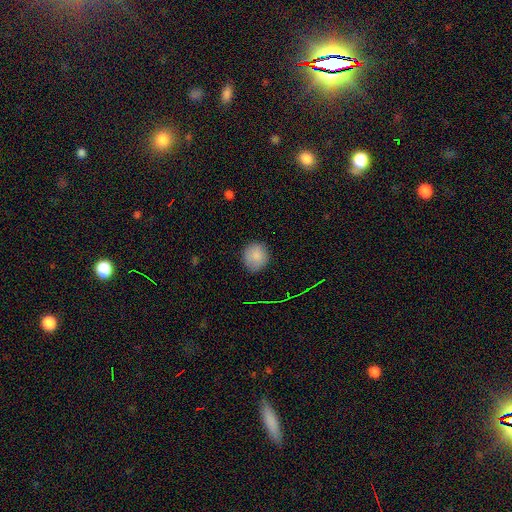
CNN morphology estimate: Smooth or featured: smooth — 86% (star or artifact — 9%)
How rounded: round — 82% (in between — 17%)
Merging: none — 85% (minor disturbance — 11%)